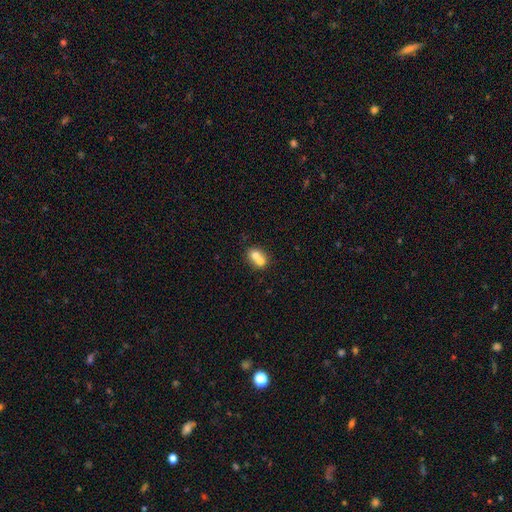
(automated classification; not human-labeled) smooth-or-featured: smooth: 68% | featured or disk: 23% | star or artifact: 9%
  how-rounded: round: 60% | in between: 39% | cigar-shaped: 1%
  merging: merger: 69% | none: 23% | minor disturbance: 6% | major disturbance: 2%